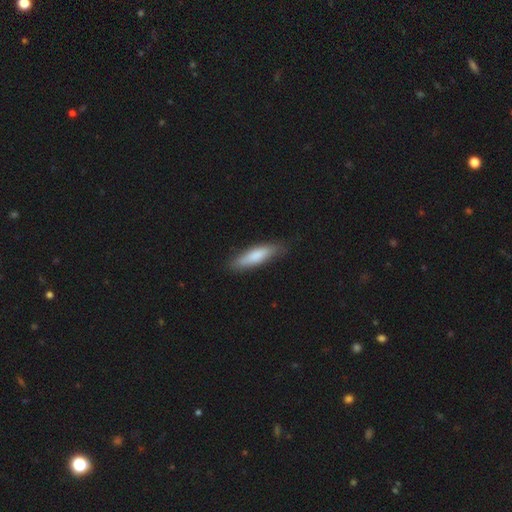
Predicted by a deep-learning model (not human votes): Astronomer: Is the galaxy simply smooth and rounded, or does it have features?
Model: smooth — 79%.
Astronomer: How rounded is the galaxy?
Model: cigar-shaped — 66%.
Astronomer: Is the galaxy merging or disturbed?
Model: none — 81%.